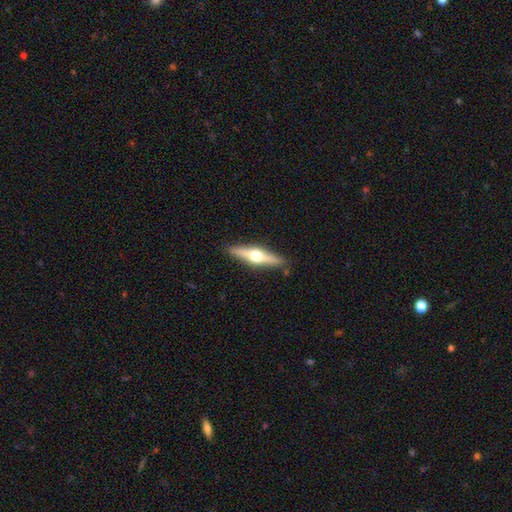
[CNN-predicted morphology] A featured or disk galaxy (67%) viewed edge-on (96%) with a rounded central bulge (96%). Merging: none (89%).